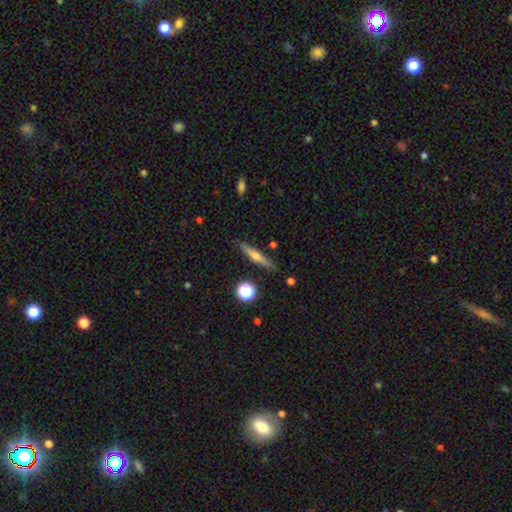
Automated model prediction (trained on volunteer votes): Overall: featured or disk (47%; smooth 44%). Merging: none (87%).